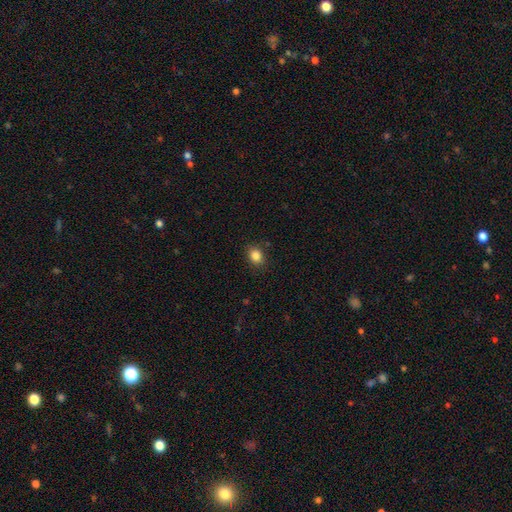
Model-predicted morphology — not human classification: Smooth or featured?
  - smooth: 86% *
  - star or artifact: 10%
  - featured or disk: 4%
How rounded?
  - in between: 54% *
  - round: 45%
  - cigar-shaped: 1%
Merging?
  - none: 86% *
  - minor disturbance: 10%
  - major disturbance: 3%
  - merger: 1%